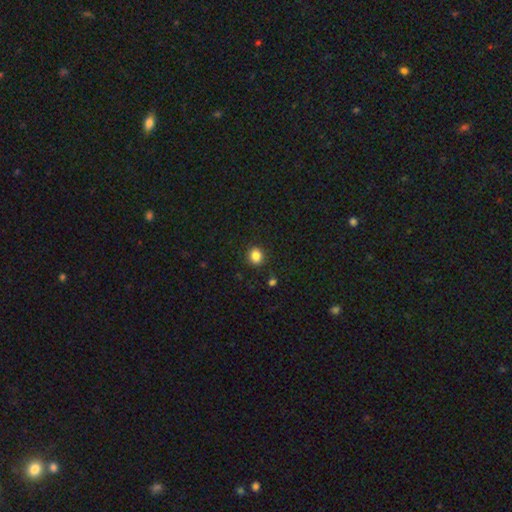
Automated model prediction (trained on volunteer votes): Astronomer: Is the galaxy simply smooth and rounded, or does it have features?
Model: smooth — 85%.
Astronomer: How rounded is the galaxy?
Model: round — 74%.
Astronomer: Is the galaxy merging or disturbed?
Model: none — 89%.